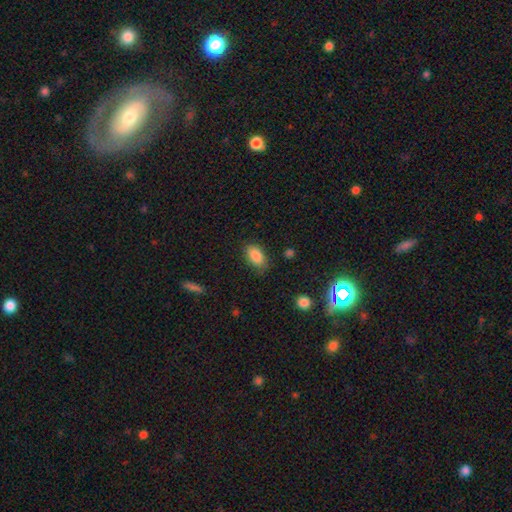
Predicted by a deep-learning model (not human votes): This appears to be a smooth galaxy with no disk features (87%) that is in between round and cigar-shaped (90%). Merging: none (78%).